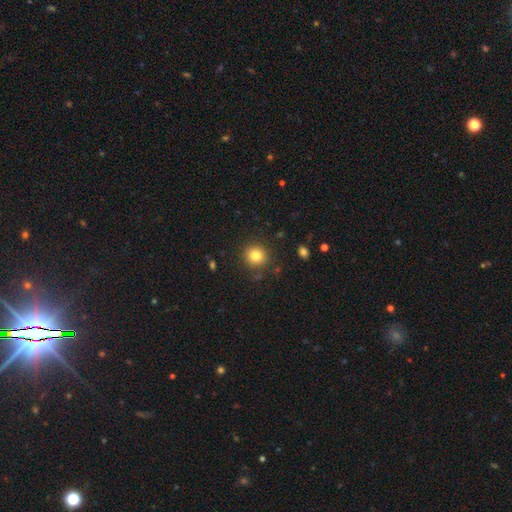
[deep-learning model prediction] A smooth galaxy with no disk features (81%) that is round (91%).

Vote fractions:
- Smooth or featured? smooth: 81% / star or artifact: 12% / featured or disk: 7%
- How rounded? round: 91% / in between: 9% / cigar-shaped: 1%
- Merging? none: 88% / minor disturbance: 8% / major disturbance: 3% / merger: 2%